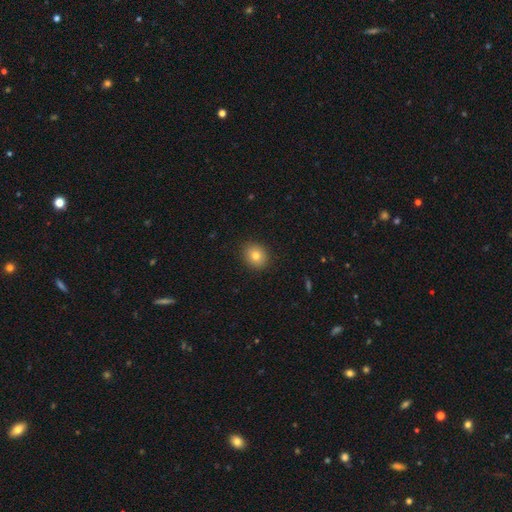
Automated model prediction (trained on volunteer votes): smooth_or_featured: smooth (p=0.79) [alt: star or artifact p=0.11]
how_rounded: round (p=0.67) [alt: in between p=0.32]
merging: none (p=0.90) [alt: minor disturbance p=0.07]